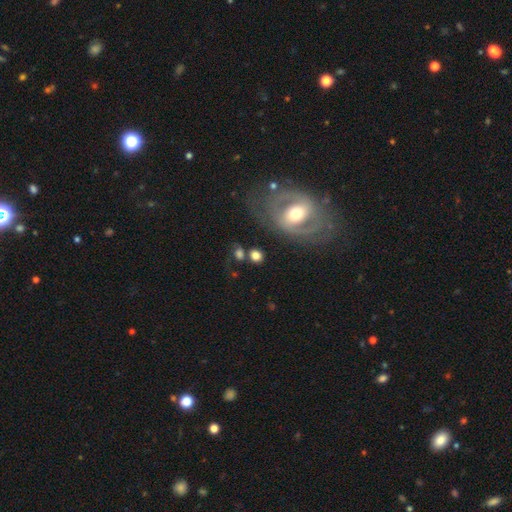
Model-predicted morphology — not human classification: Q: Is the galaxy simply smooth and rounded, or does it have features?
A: smooth — 66%.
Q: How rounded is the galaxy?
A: round — 66%.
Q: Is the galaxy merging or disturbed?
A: none — 69%.